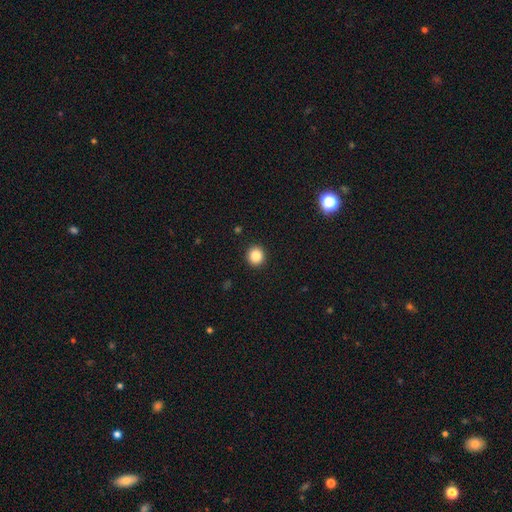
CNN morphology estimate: type=smooth (85%); roundness=round (91%); merging=none (93%).